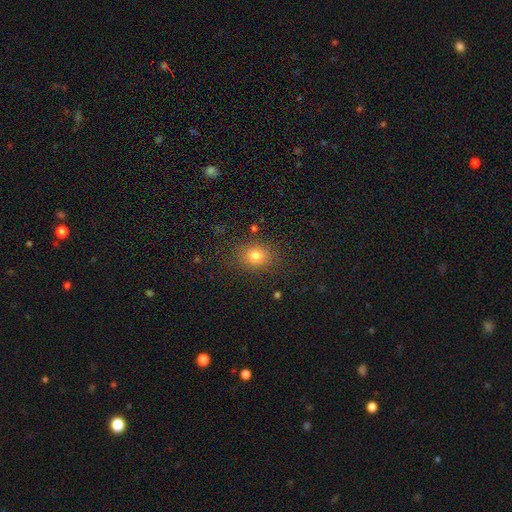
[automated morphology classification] Smooth or featured: smooth — 78% (star or artifact — 14%)
How rounded: round — 57% (in between — 41%)
Merging: none — 84% (minor disturbance — 11%)